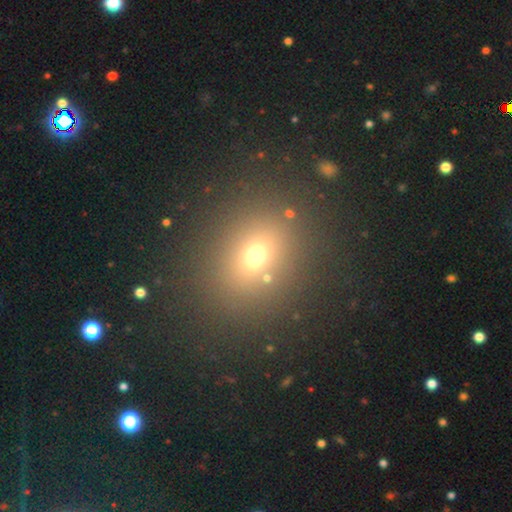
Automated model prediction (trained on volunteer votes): A smooth galaxy with no disk features (64%) that is round (59%). Merging: none (84%).